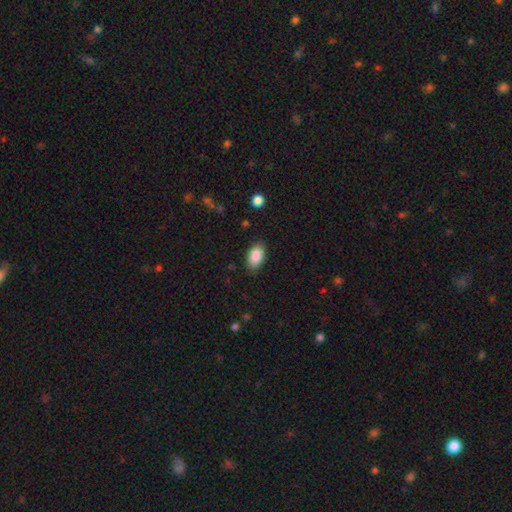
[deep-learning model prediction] A smooth galaxy with no disk features (87%) that is in between round and cigar-shaped (93%).

Vote fractions:
- Smooth or featured? smooth: 87% / star or artifact: 7% / featured or disk: 5%
- How rounded? in between: 93% / round: 6% / cigar-shaped: 2%
- Merging? none: 84% / minor disturbance: 12% / major disturbance: 3% / merger: 1%